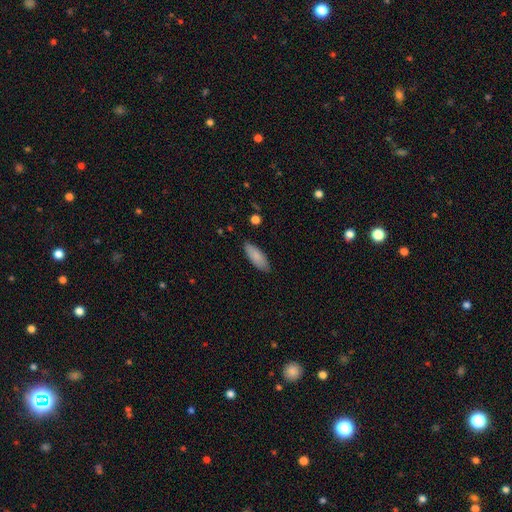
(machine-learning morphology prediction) This is clearly a smooth galaxy (86%). How rounded: likely in between (74%). Merging: clearly none (84%).